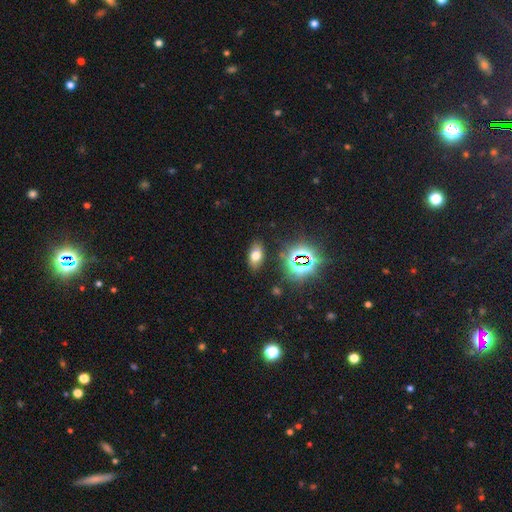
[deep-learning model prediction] A smooth galaxy with no disk features (63%) that is in between round and cigar-shaped (87%). Merging: none (84%).